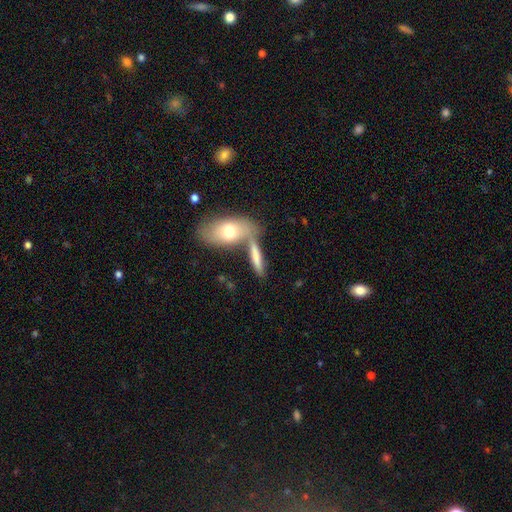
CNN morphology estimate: This is likely a smooth galaxy (69%). How rounded: possibly cigar-shaped (59%). Merging: possibly none (49%).